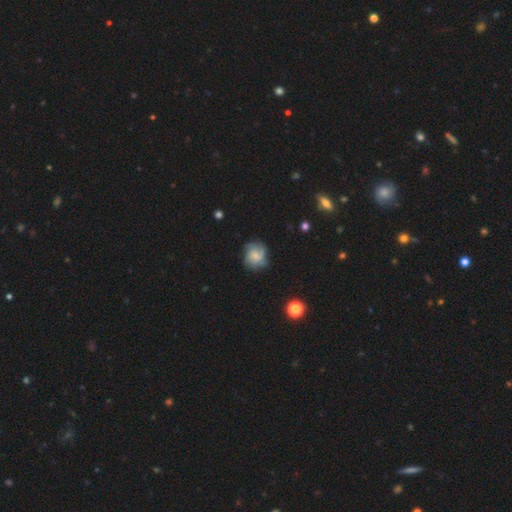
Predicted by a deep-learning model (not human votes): This appears to be a featured or disk galaxy (57%) with no bar (69%), 3 (36%) medium (41%, tied with tight) spiral arms (90%) and a small central bulge (44%). Merging: none (69%).